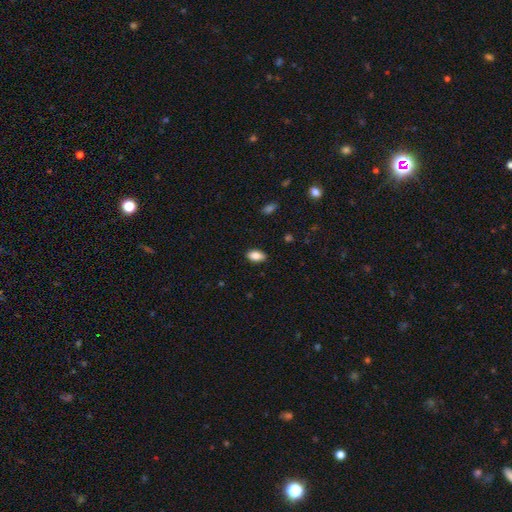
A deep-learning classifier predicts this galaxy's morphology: type=smooth (86%); roundness=in between (92%); merging=none (88%).